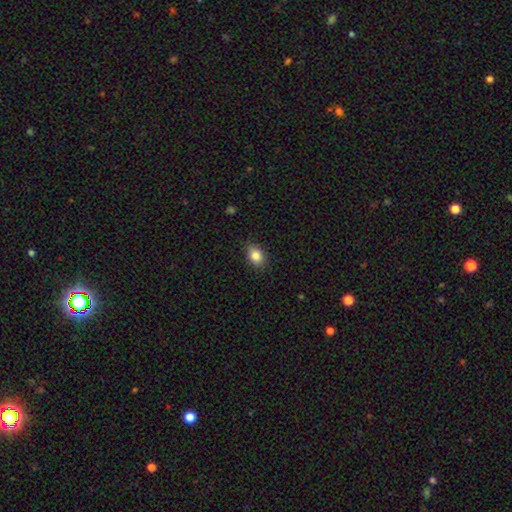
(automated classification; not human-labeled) A smooth galaxy with no disk features (85%) that is in between round and cigar-shaped (71%). Merging: none (85%).